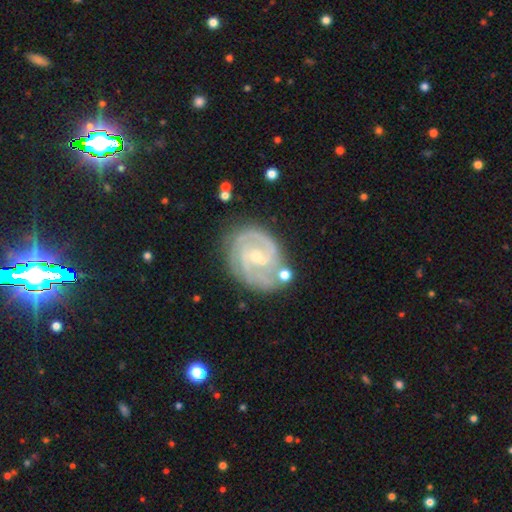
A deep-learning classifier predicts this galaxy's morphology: This appears to be a featured or disk galaxy (88%) with no bar (45%), 2 (53%) tight (58%) spiral arms (97%) and a small central bulge (69%). Merging: none (70%).